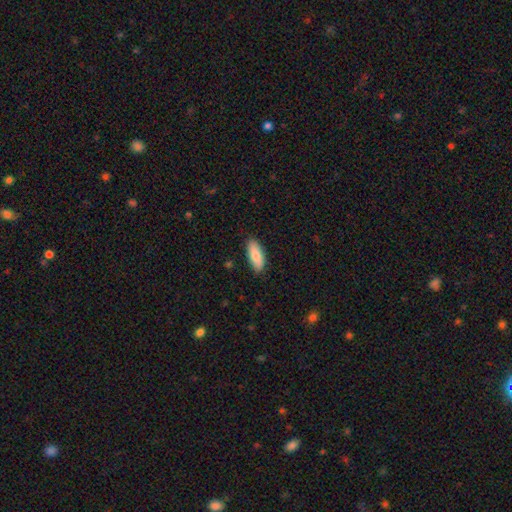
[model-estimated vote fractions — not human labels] Morphology: type=smooth (82%); roundness=in between (78%); merging=none (87%).